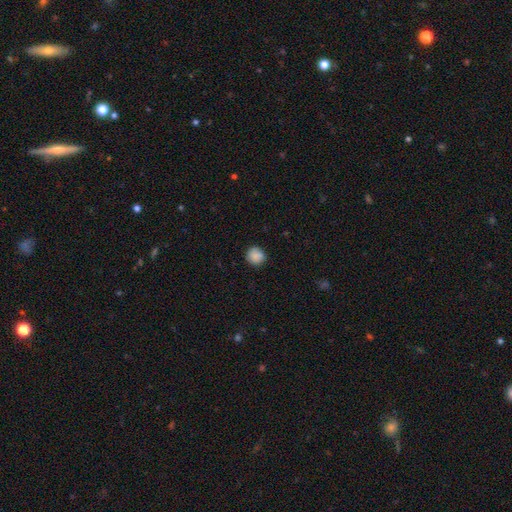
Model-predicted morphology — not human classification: A smooth galaxy with no disk features (86%) that is round (89%).

Vote fractions:
- Smooth or featured? smooth: 86% / star or artifact: 9% / featured or disk: 5%
- How rounded? round: 89% / in between: 10% / cigar-shaped: 1%
- Merging? none: 81% / minor disturbance: 15% / major disturbance: 3% / merger: 1%